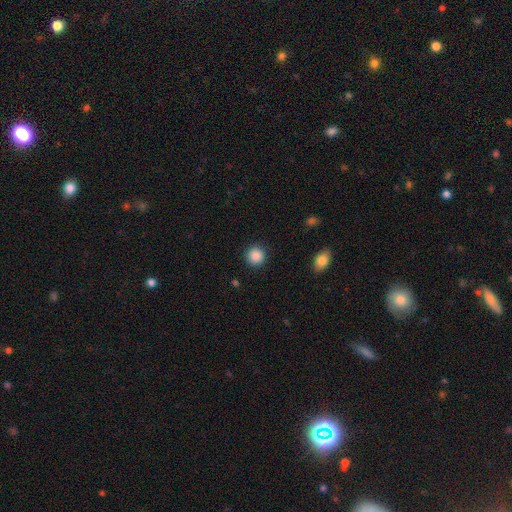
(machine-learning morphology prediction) Q: Smooth or featured?
A: smooth (88%); runner-up: star or artifact (9%)
Q: How rounded?
A: round (94%); runner-up: in between (5%)
Q: Merging?
A: none (91%); runner-up: minor disturbance (6%)